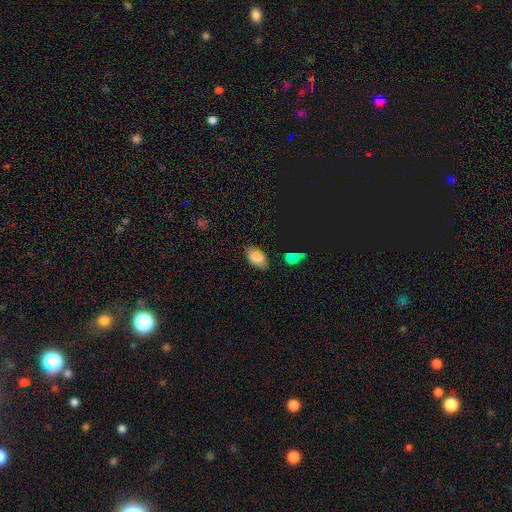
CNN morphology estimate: This is clearly a smooth galaxy (81%). How rounded: clearly in between (91%). Merging: likely none (70%).